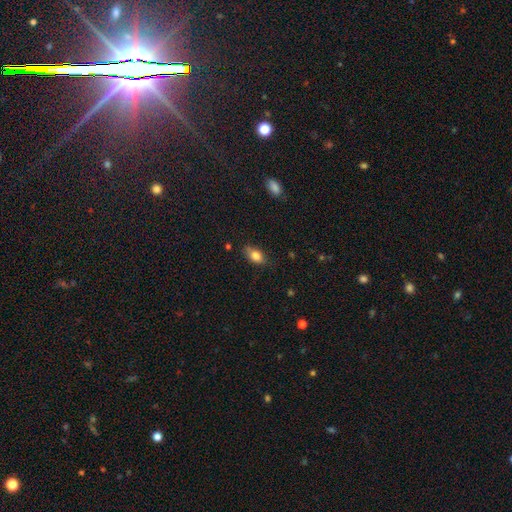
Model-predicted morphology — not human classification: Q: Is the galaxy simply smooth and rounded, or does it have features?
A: smooth — 80%.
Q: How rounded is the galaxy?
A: in between — 86%.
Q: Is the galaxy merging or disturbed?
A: none — 77%.